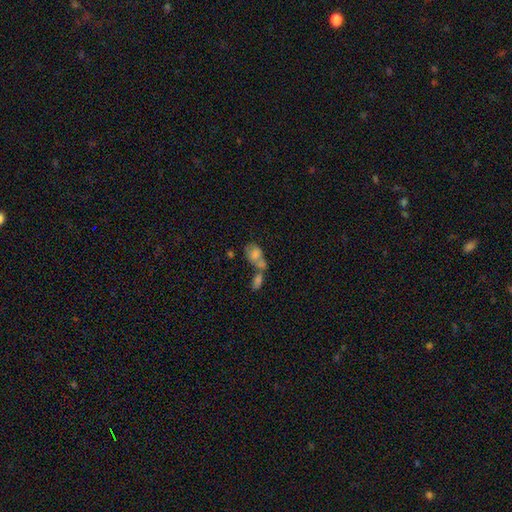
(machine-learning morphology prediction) Q: Smooth or featured?
A: smooth (66%); runner-up: featured or disk (24%)
Q: How rounded?
A: in between (83%); runner-up: round (14%)
Q: Merging?
A: merger (64%); runner-up: none (18%)